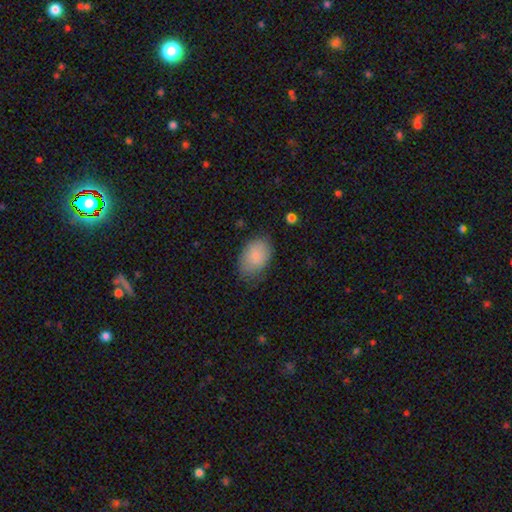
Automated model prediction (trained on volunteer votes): A smooth galaxy with no disk features (87%) that is in between round and cigar-shaped (88%). Merging: none (70%).